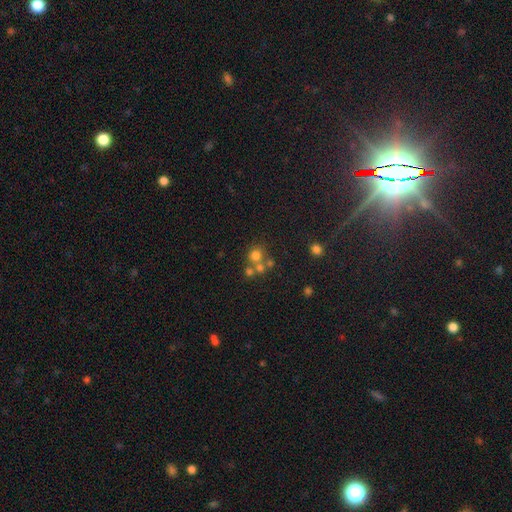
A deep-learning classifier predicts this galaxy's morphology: type=smooth (67%); roundness=round (87%); merging=none (51%).